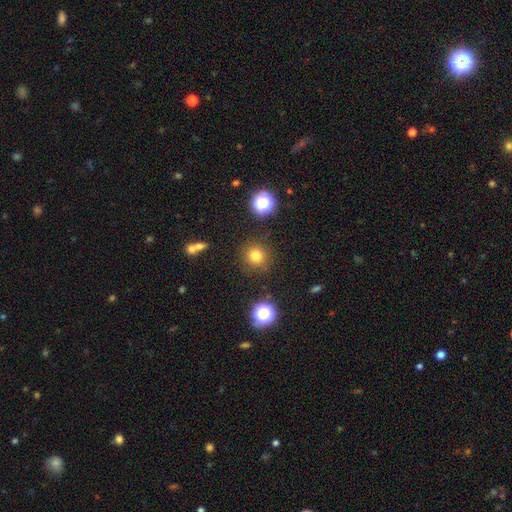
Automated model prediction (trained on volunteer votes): This is likely a smooth galaxy (77%). How rounded: clearly round (93%). Merging: clearly none (88%).